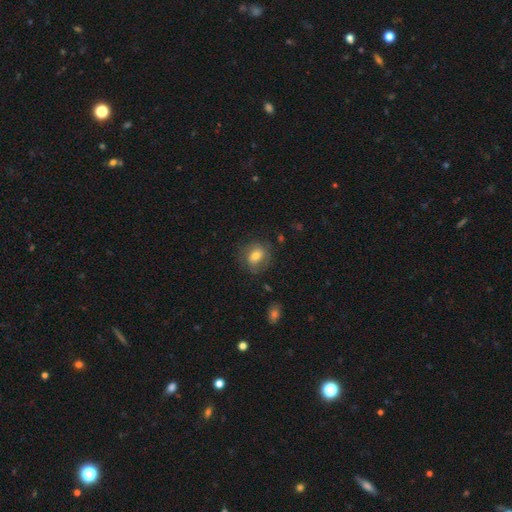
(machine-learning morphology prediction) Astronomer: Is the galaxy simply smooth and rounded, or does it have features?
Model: smooth — 65%.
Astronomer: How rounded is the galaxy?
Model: round — 53% (runner-up: in between, 46%).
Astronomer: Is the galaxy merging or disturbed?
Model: none — 70%.